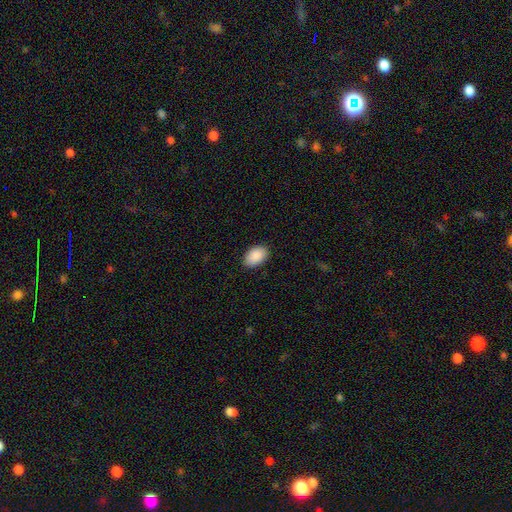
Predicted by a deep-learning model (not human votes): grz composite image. It shows a smooth galaxy with no disk features (90%) that is in between round and cigar-shaped (91%). Merging: none (88%).